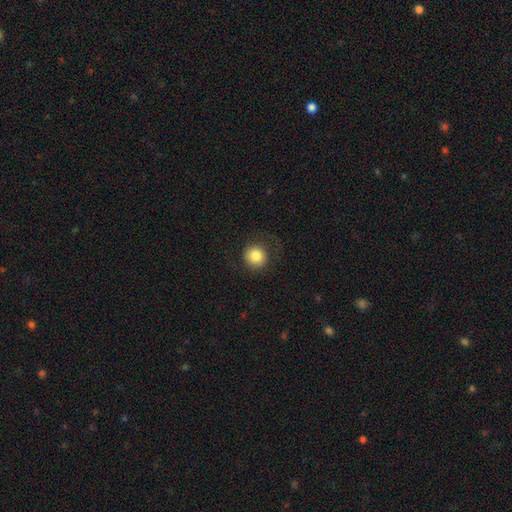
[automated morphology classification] This appears to be a smooth galaxy with no disk features (82%) that is round (92%). Merging: none (80%).